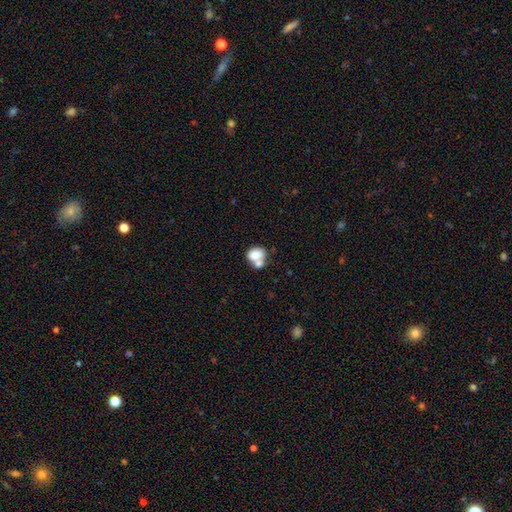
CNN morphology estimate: The model was most divided on "how rounded": in between: 62%, round: 37%, cigar-shaped: 1%. More confident: smooth or featured — smooth (77%); merging — merger (56%).